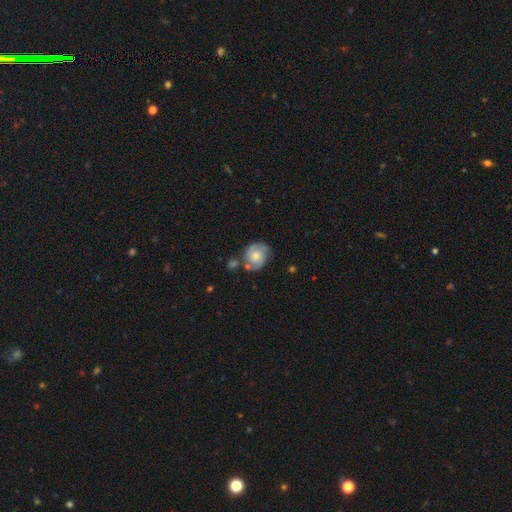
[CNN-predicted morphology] This is possibly a featured or disk galaxy (59%). It is clearly not viewed edge-on (97%). Bar: likely no (75%). Spiral arm pattern: clearly yes (86%). Central bulge: likely moderate (61%). Merging: likely none (64%).